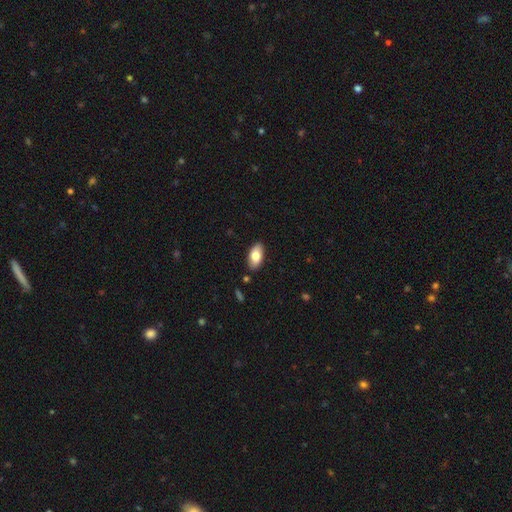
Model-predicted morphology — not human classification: The model was most divided on "smooth or featured": smooth: 80%, featured or disk: 14%, star or artifact: 6%. More confident: how rounded — in between (93%); merging — none (87%).